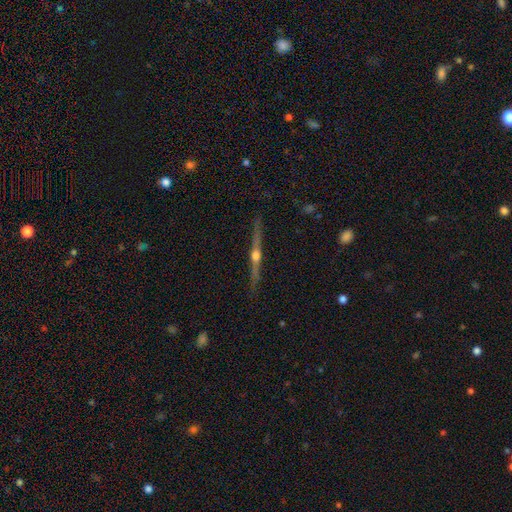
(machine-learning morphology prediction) type=featured or disk (80%); edge-on=yes (98%); edge-on bulge=rounded (94%); merging=none (89%).